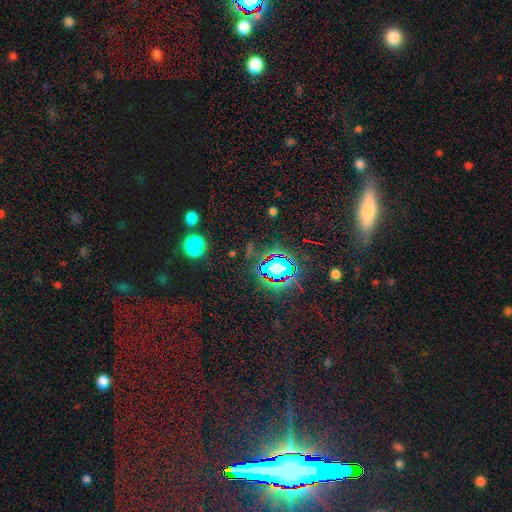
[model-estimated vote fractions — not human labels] This appears to be a star or artifact, not a galaxy (66%).